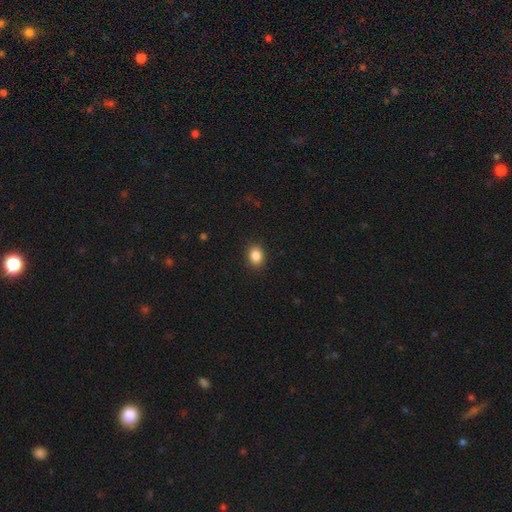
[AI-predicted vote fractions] Smooth or featured? smooth (87%)
How rounded? in between (60%)
Merging? none (89%)